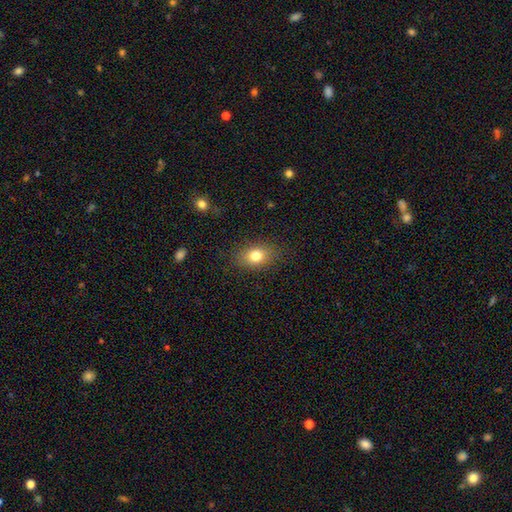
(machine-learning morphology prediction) smooth-or-featured: smooth: 79% | star or artifact: 11% | featured or disk: 10%
  how-rounded: in between: 69% | round: 29% | cigar-shaped: 2%
  merging: none: 84% | minor disturbance: 11% | major disturbance: 4% | merger: 1%